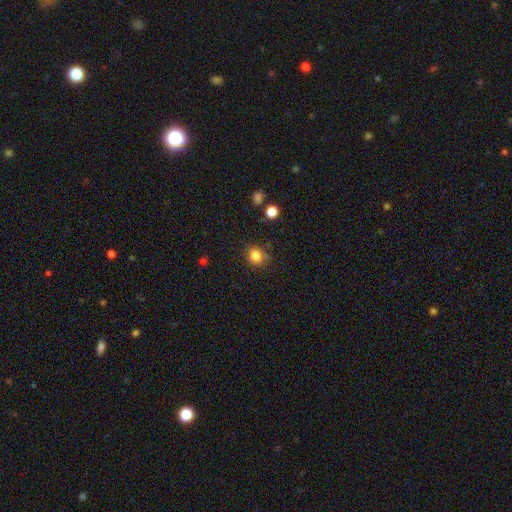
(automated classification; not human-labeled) smooth_or_featured: smooth (p=0.82) [alt: star or artifact p=0.12]
how_rounded: round (p=0.73) [alt: in between p=0.26]
merging: none (p=0.76) [alt: minor disturbance p=0.17]